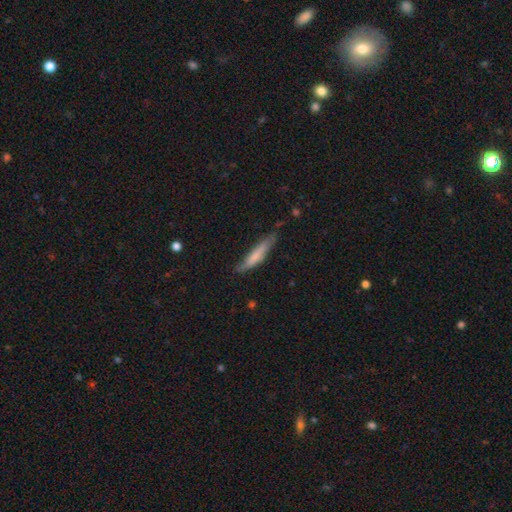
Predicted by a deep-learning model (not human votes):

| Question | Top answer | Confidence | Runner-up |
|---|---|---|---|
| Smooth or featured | smooth | 68% | featured or disk (26%) |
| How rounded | cigar-shaped | 88% | in between (11%) |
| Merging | none | 66% | minor disturbance (27%) |